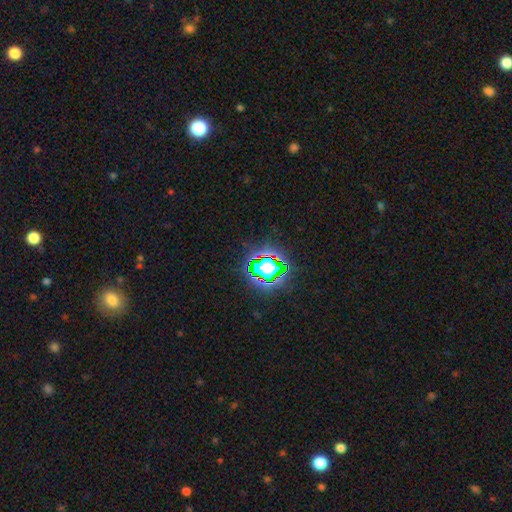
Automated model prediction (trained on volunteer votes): The model was most divided on "smooth or featured": star or artifact: 79%, smooth: 13%, featured or disk: 8%.